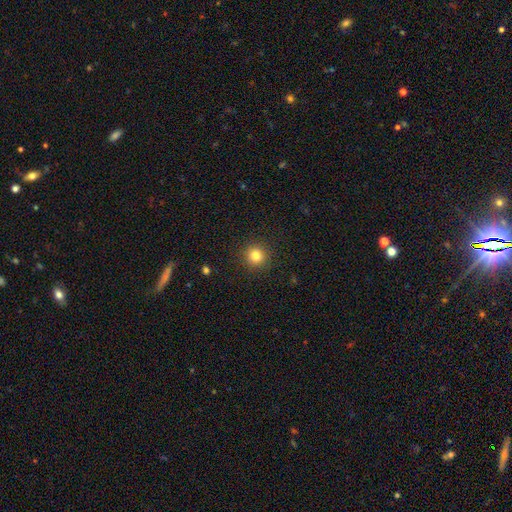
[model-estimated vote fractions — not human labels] smooth 82%, star or artifact 13%, featured or disk 5%. Down the decision tree: how rounded — round (93%); merging — none (91%).